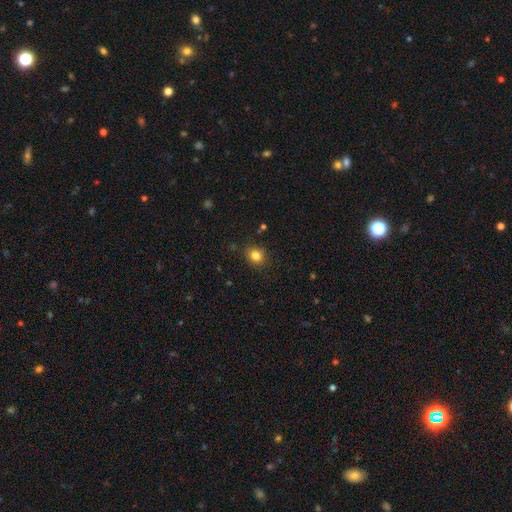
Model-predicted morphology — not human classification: A smooth galaxy with no disk features (83%) that is round (67%). Merging: none (86%).